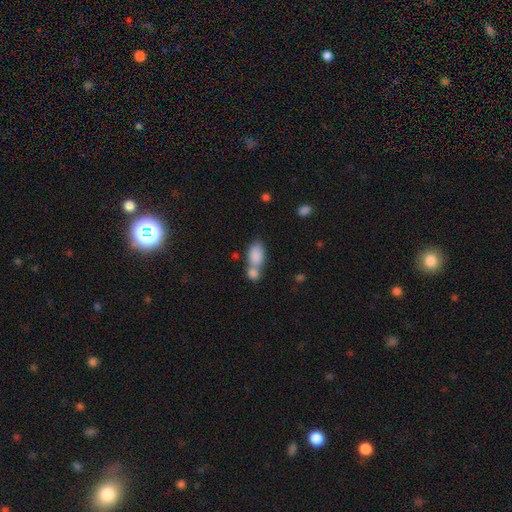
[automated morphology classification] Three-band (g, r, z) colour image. It shows a smooth galaxy with no disk features (84%) that is in between round and cigar-shaped (88%). Merging: merger (61%).